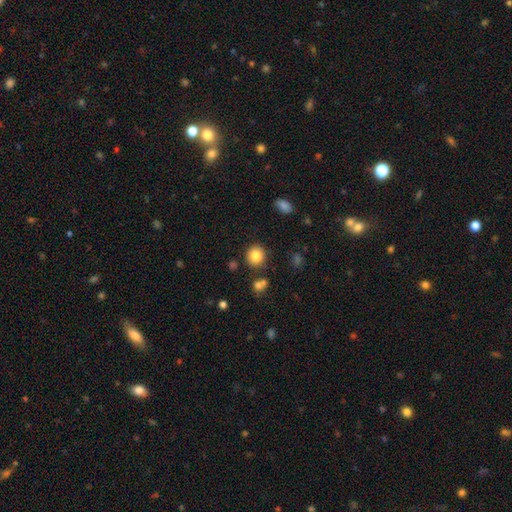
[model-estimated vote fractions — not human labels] Smooth or featured?
  - smooth: 83% *
  - star or artifact: 10%
  - featured or disk: 7%
How rounded?
  - round: 84% *
  - in between: 15%
  - cigar-shaped: 1%
Merging?
  - none: 85% *
  - minor disturbance: 8%
  - merger: 5%
  - major disturbance: 3%